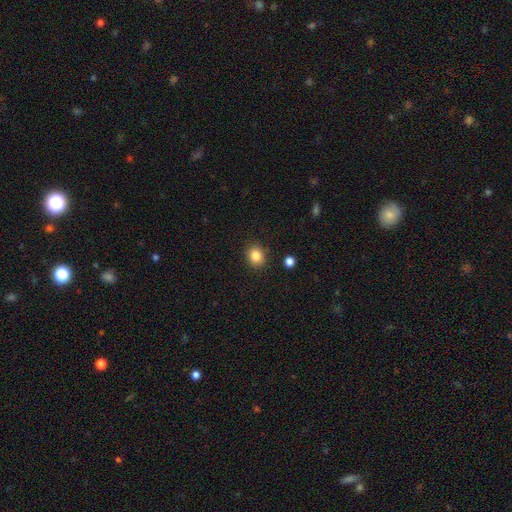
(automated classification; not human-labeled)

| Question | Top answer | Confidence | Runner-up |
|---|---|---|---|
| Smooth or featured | smooth | 84% | star or artifact (10%) |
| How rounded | round | 72% | in between (27%) |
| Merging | none | 88% | minor disturbance (8%) |